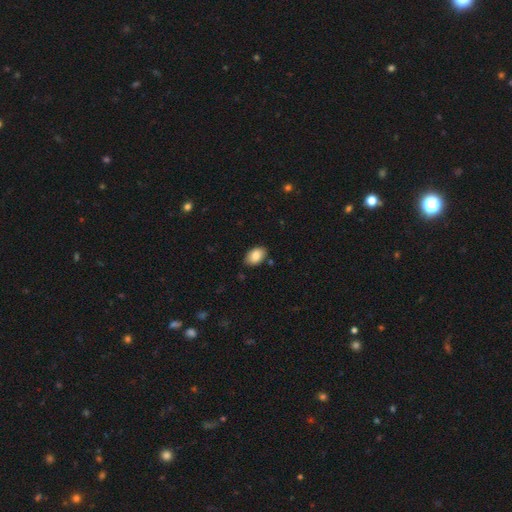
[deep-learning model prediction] This is clearly a smooth galaxy (83%). How rounded: clearly in between (91%). Merging: clearly none (85%).